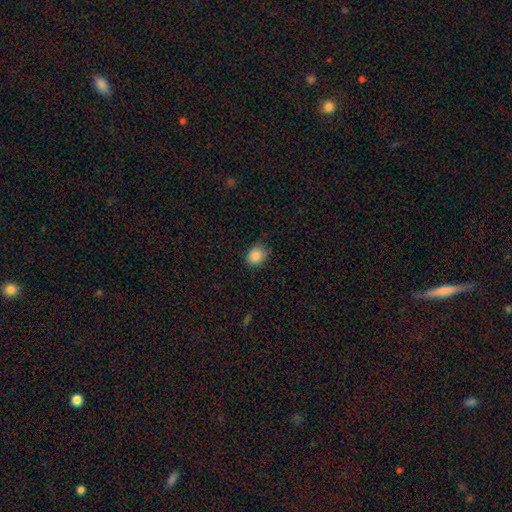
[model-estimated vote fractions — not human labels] Overall: smooth (87%). How rounded: round (54%; in between 45%). Merging: none (73%).